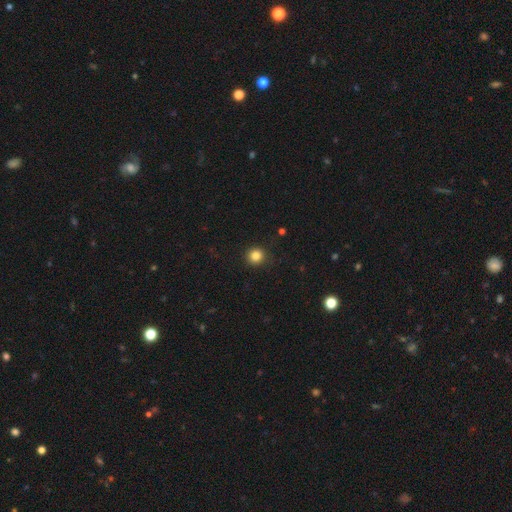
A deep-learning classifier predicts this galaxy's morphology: Smooth or featured? smooth (84%)
How rounded? round (93%)
Merging? none (91%)